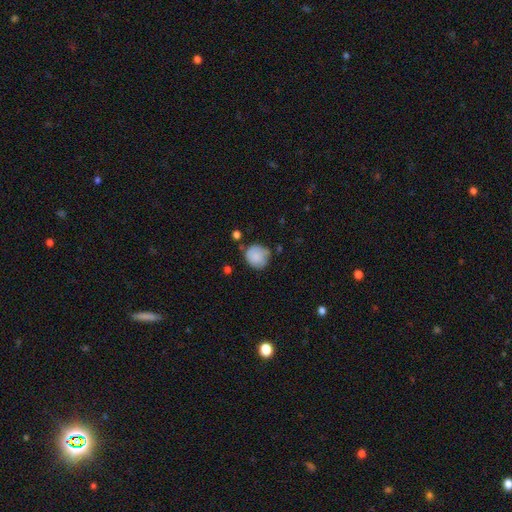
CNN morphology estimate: Smooth or featured: smooth — 84% (featured or disk — 8%)
How rounded: round — 82% (in between — 18%)
Merging: none — 61% (minor disturbance — 26%)